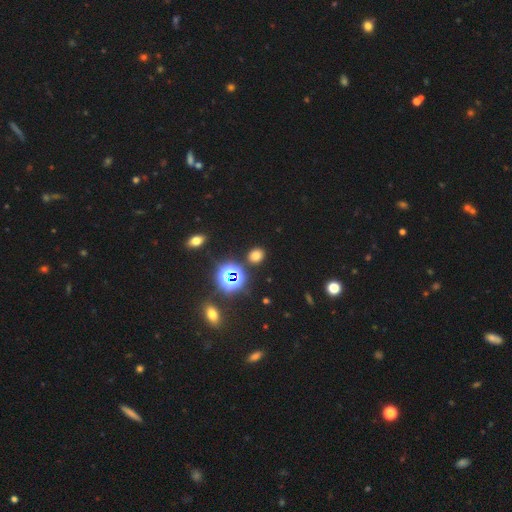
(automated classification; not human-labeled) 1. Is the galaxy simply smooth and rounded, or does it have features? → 66% smooth, 28% star or artifact, 6% featured or disk.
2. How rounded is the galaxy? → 68% round, 31% in between, 1% cigar-shaped.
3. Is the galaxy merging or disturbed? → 87% none, 8% minor disturbance, 3% merger, 3% major disturbance.